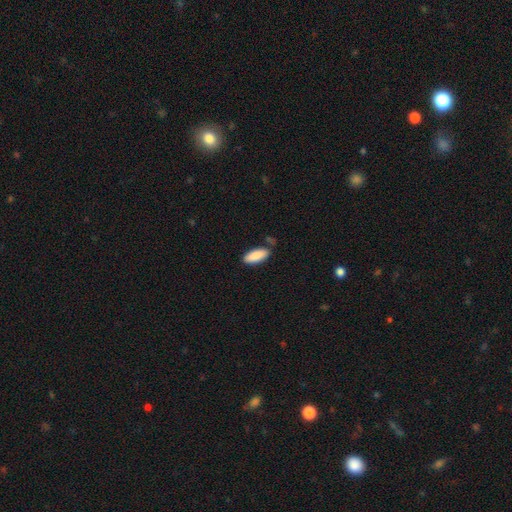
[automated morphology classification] Smooth or featured: smooth — 89% (star or artifact — 6%)
How rounded: in between — 82% (cigar-shaped — 16%)
Merging: none — 79% (minor disturbance — 14%)